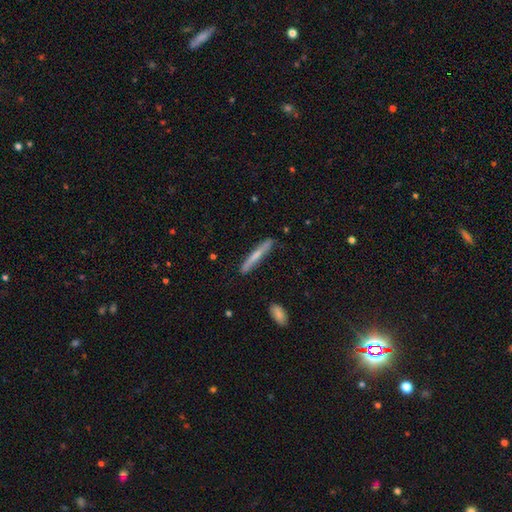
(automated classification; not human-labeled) The model was most divided on "smooth or featured": smooth: 55%, featured or disk: 38%, star or artifact: 6%. More confident: how rounded — cigar-shaped (95%); merging — none (84%).